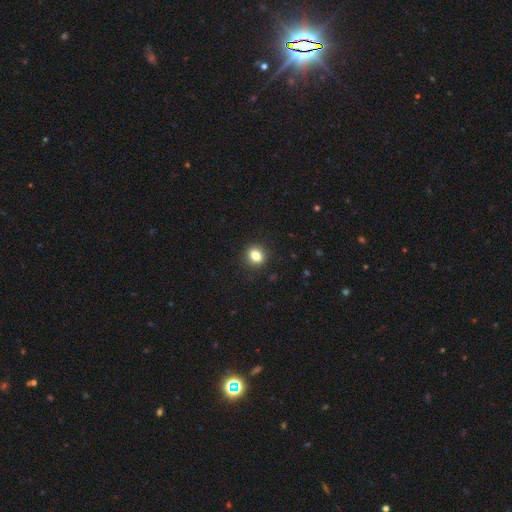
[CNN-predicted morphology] smooth_or_featured: smooth (p=0.82) [alt: star or artifact p=0.11]
how_rounded: round (p=0.66) [alt: in between p=0.33]
merging: none (p=0.90) [alt: minor disturbance p=0.07]